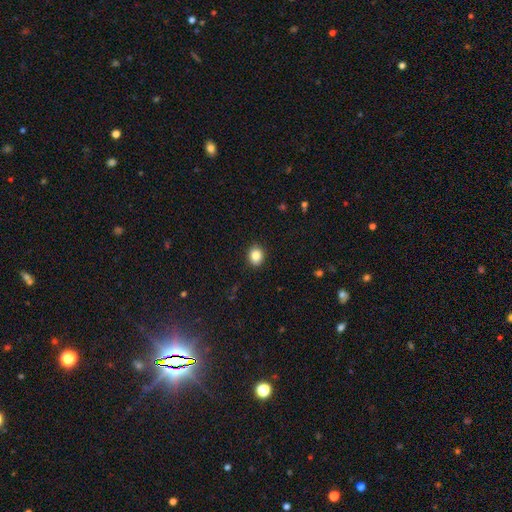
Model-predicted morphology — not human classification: Smooth or featured? Predicted: smooth (p=0.85). How rounded? Predicted: round (p=0.59). Merging? Predicted: none (p=0.90).